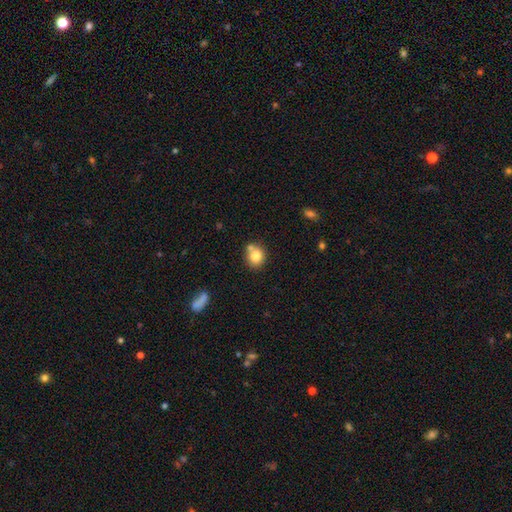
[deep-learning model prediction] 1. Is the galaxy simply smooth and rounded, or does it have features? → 79% smooth, 11% featured or disk, 10% star or artifact.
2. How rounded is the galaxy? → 75% round, 24% in between, 1% cigar-shaped.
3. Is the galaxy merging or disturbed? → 61% none, 23% merger, 12% minor disturbance, 3% major disturbance.